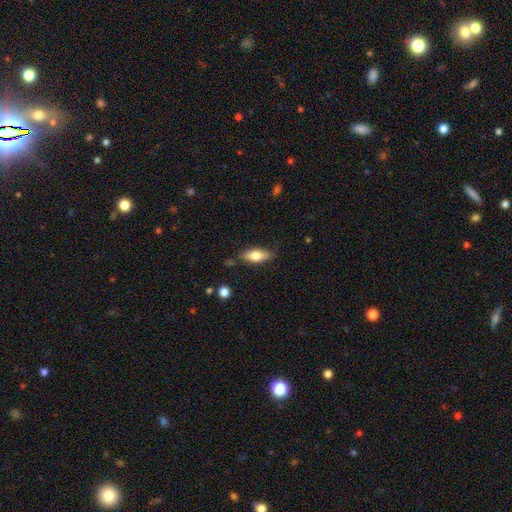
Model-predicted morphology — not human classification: smooth_or_featured: smooth (p=0.69) [alt: featured or disk p=0.24]
how_rounded: in between (p=0.73) [alt: cigar-shaped p=0.24]
merging: none (p=0.77) [alt: minor disturbance p=0.17]